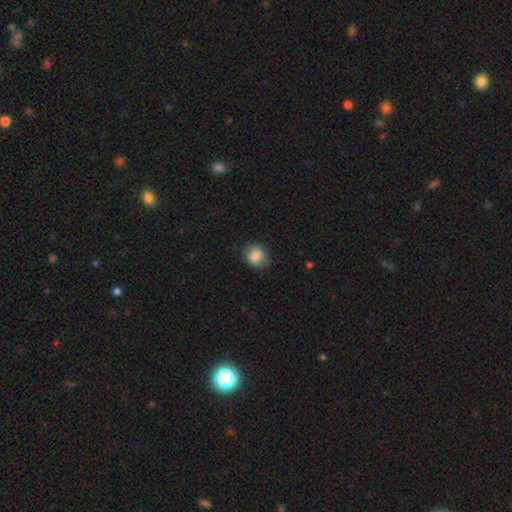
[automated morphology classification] Smooth or featured? Predicted: smooth (p=0.83). How rounded? Predicted: round (p=0.51). Merging? Predicted: none (p=0.76).